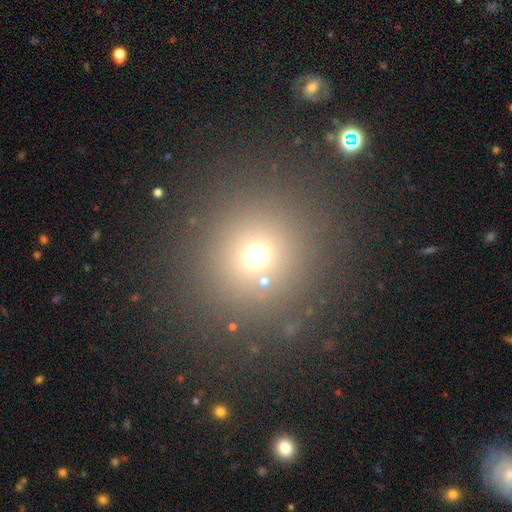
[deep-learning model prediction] A smooth galaxy with no disk features (64%) that is round (91%).

Vote fractions:
- Smooth or featured? smooth: 64% / star or artifact: 28% / featured or disk: 9%
- How rounded? round: 91% / in between: 8% / cigar-shaped: 1%
- Merging? none: 83% / minor disturbance: 7% / major disturbance: 5% / merger: 5%